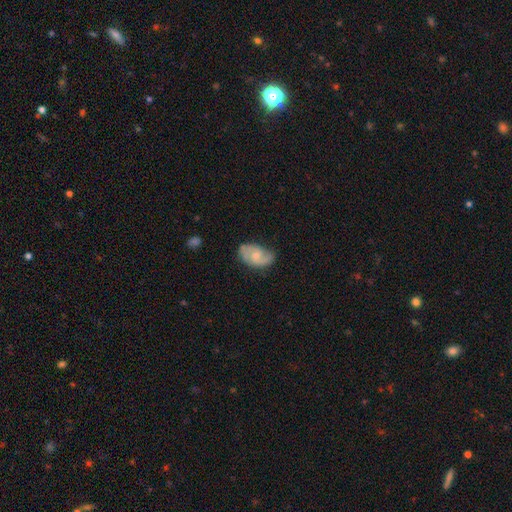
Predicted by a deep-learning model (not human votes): featured or disk 62%, smooth 32%, star or artifact 6%. Down the decision tree: edge-on disk — no (96%); bar — no (61%); spiral arms — yes (88%); spiral arm count — 2 (77%); spiral winding — medium (46%); bulge size — small (52%); merging — none (65%).